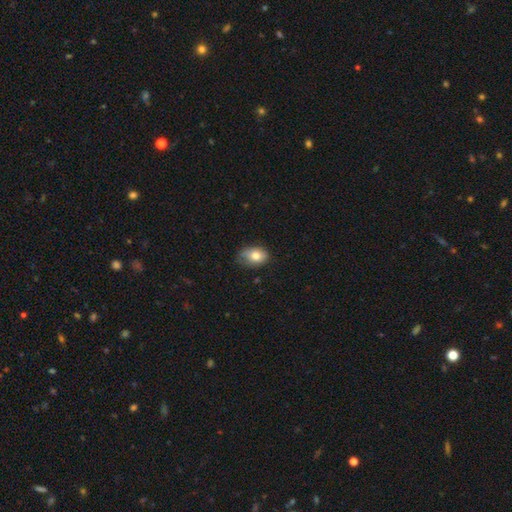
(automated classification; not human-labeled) This is likely a smooth galaxy (78%). How rounded: likely in between (78%). Merging: possibly none (57%).